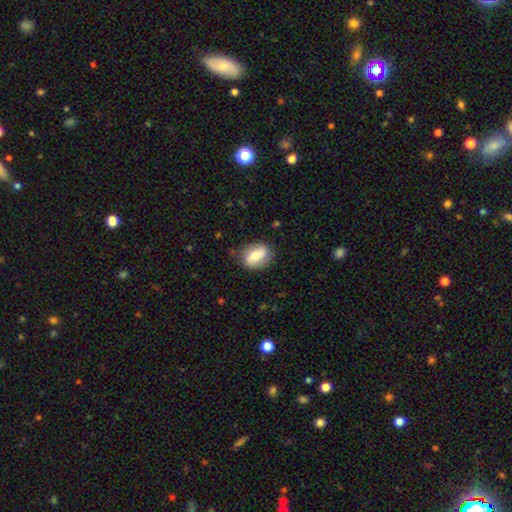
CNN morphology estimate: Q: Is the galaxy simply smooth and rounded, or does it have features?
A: smooth — 61%.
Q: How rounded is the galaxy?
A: in between — 73%.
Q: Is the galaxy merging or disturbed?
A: none — 78%.